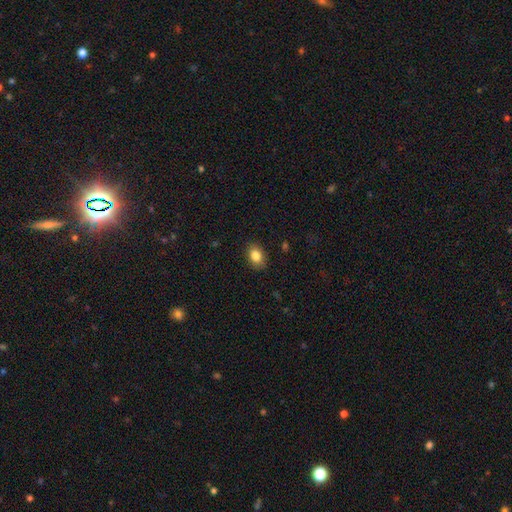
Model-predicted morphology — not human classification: A smooth galaxy with no disk features (84%) that is in between round and cigar-shaped (77%). Merging: none (87%).